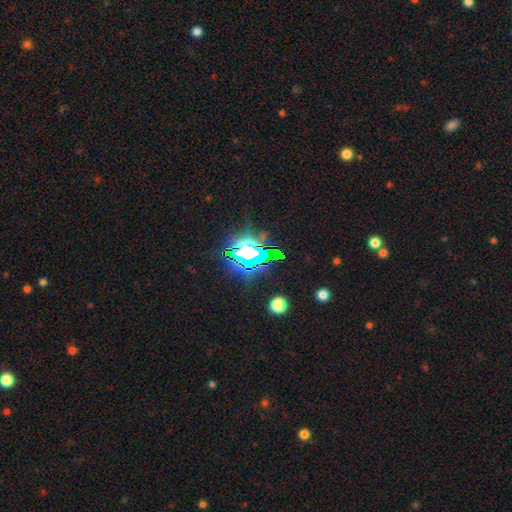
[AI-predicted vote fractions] Smooth or featured?
  - star or artifact: 73% *
  - smooth: 15%
  - featured or disk: 11%